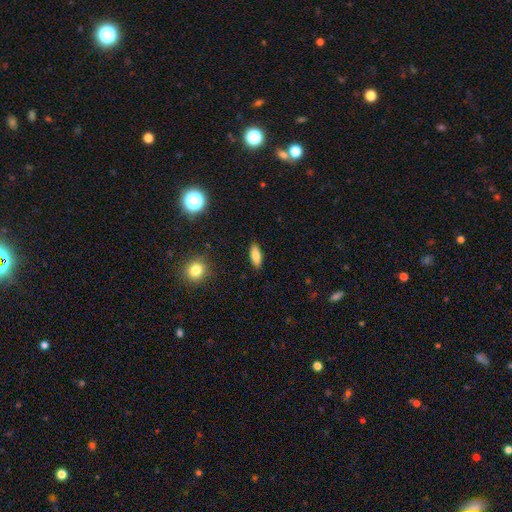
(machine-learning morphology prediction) A smooth galaxy with no disk features (82%) that is in between round and cigar-shaped (73%).

Vote fractions:
- Smooth or featured? smooth: 82% / featured or disk: 9% / star or artifact: 8%
- How rounded? in between: 73% / cigar-shaped: 24% / round: 3%
- Merging? none: 89% / minor disturbance: 8% / major disturbance: 2% / merger: 1%